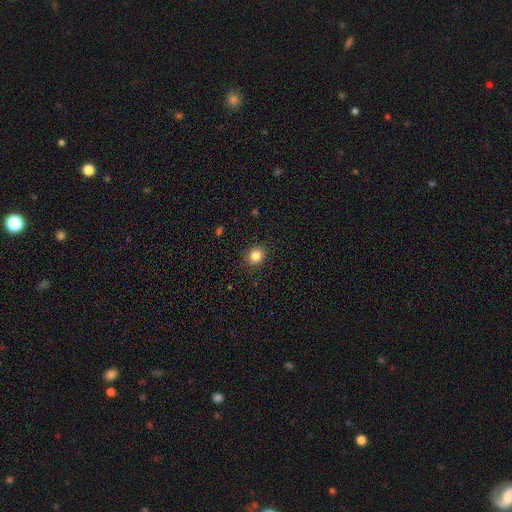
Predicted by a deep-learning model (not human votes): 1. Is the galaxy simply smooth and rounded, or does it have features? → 84% smooth, 11% star or artifact, 5% featured or disk.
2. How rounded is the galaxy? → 86% round, 13% in between, 1% cigar-shaped.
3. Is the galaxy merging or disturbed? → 91% none, 6% minor disturbance, 2% major disturbance, 1% merger.